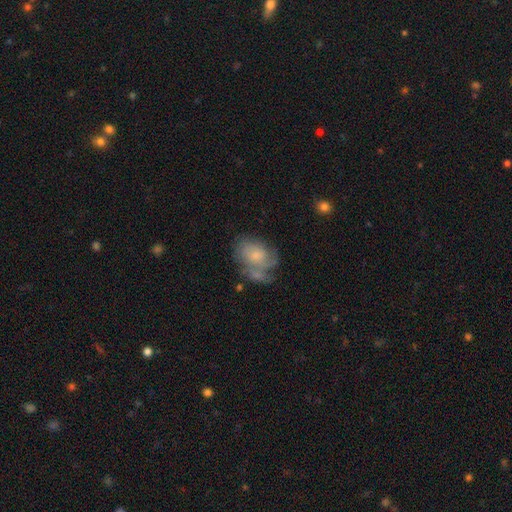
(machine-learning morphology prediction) This is possibly a featured or disk galaxy (48%). Merging: marginally none (39%).